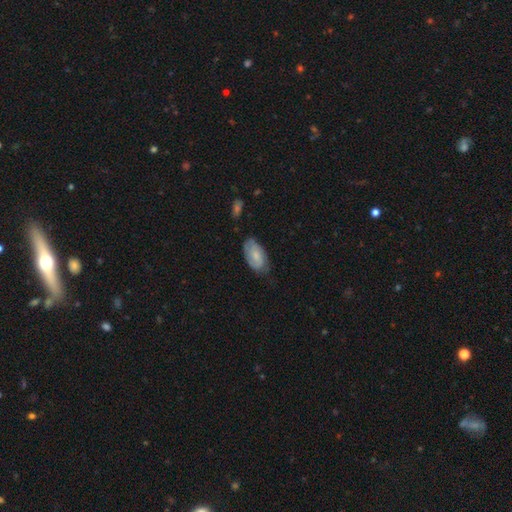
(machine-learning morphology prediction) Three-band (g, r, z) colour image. It shows a smooth galaxy with no disk features (48%). Merging: none (66%).